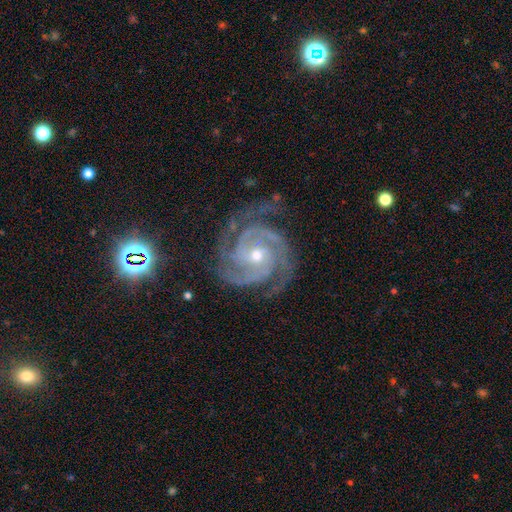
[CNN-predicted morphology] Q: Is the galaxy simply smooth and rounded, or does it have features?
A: featured or disk — 93%.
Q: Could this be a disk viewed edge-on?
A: no — 98%.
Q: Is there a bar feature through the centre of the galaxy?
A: no — 60%.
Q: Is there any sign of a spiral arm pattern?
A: yes — 99%.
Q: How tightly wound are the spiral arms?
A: tight — 68%.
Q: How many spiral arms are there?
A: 3 — 50%.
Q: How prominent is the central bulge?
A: moderate — 52%.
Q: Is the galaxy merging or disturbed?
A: none — 75%.